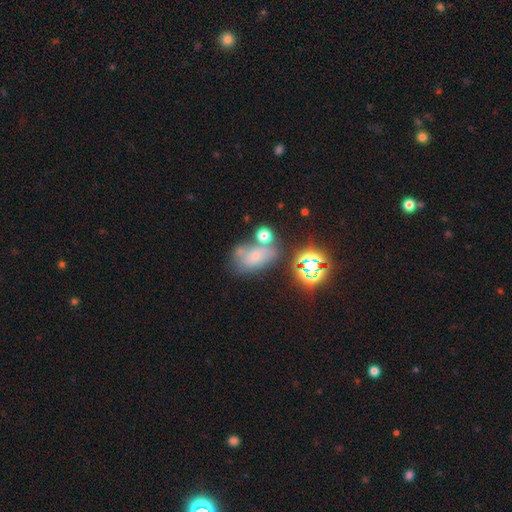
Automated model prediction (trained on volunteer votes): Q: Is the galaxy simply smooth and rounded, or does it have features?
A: smooth — 50%.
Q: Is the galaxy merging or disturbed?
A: none — 42%.